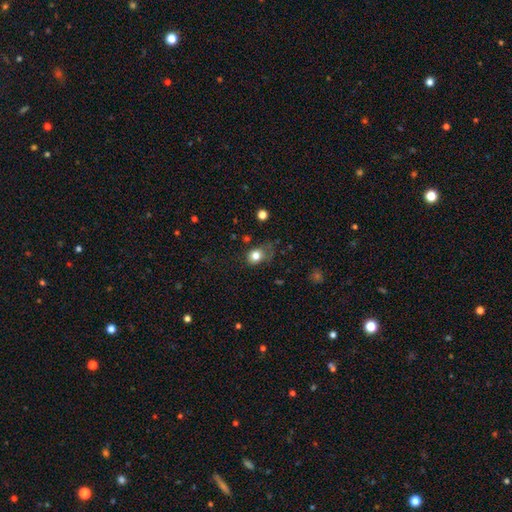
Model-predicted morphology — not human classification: smooth_or_featured: smooth (p=0.79) [alt: star or artifact p=0.11]
how_rounded: round (p=0.55) [alt: in between p=0.44]
merging: none (p=0.49) [alt: minor disturbance p=0.30]